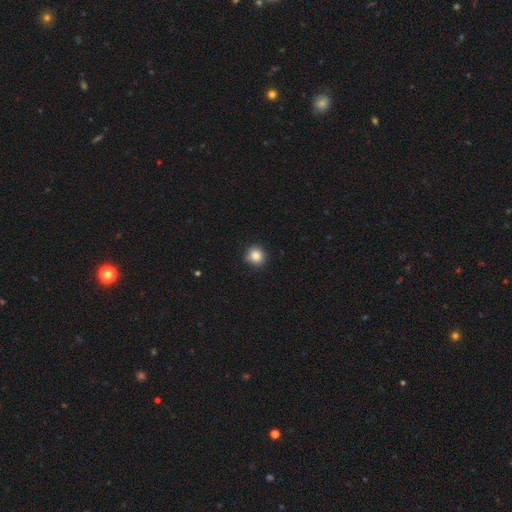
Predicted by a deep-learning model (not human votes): Smooth or featured: smooth — 86% (star or artifact — 10%)
How rounded: round — 89% (in between — 10%)
Merging: none — 86% (minor disturbance — 11%)